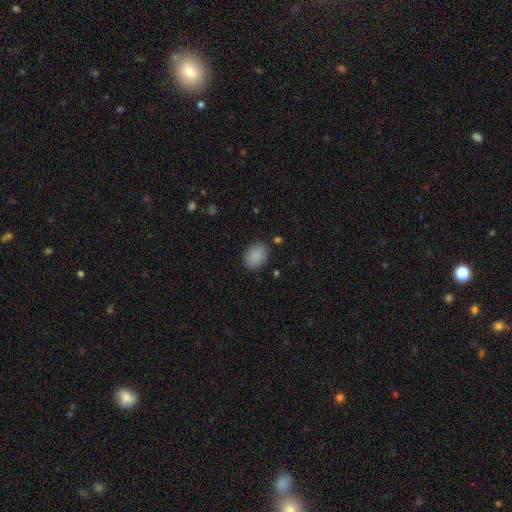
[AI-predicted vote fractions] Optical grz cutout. It shows a smooth galaxy with no disk features (88%) that is in between round and cigar-shaped (63%). Merging: none (85%).